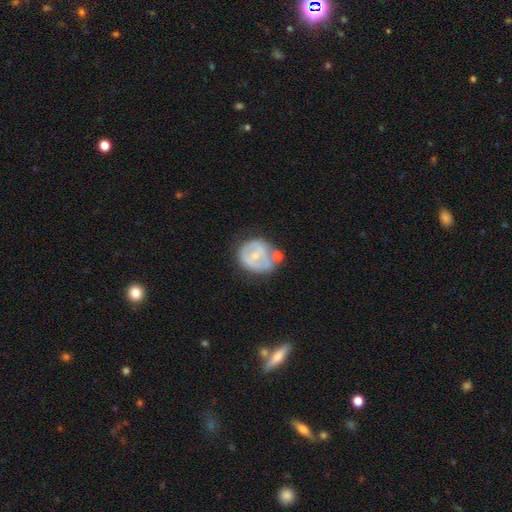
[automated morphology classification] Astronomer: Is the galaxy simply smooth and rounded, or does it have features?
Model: featured or disk — 53% (runner-up: smooth, 41%).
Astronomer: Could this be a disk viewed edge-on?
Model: no — 97%.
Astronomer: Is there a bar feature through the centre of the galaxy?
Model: no — 51% (runner-up: weak, 35%).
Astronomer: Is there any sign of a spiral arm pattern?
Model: no — 67%.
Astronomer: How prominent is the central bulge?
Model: small — 58%.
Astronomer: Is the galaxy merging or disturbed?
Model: none — 42% (runner-up: minor disturbance, 25%).